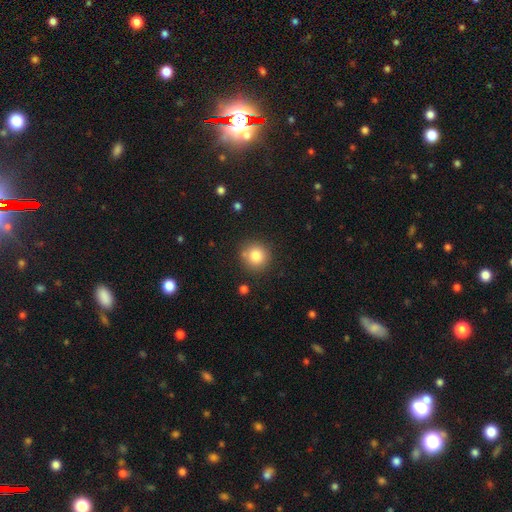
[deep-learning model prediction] Smooth or featured: smooth — 82% (star or artifact — 11%)
How rounded: round — 92% (in between — 7%)
Merging: none — 83% (minor disturbance — 10%)